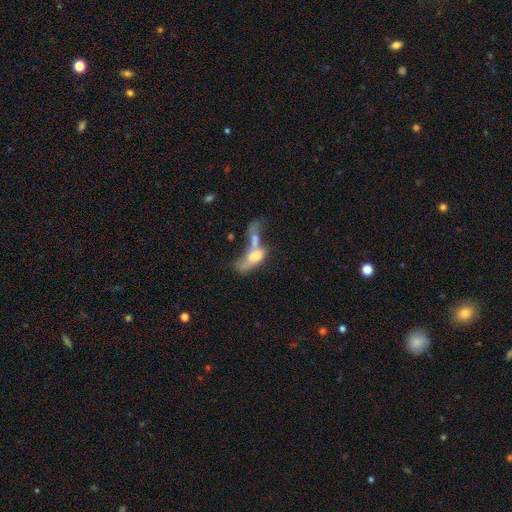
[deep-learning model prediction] This appears to be a smooth galaxy with no disk features (52%) that is in between round and cigar-shaped (72%). Merging: merger (58%).